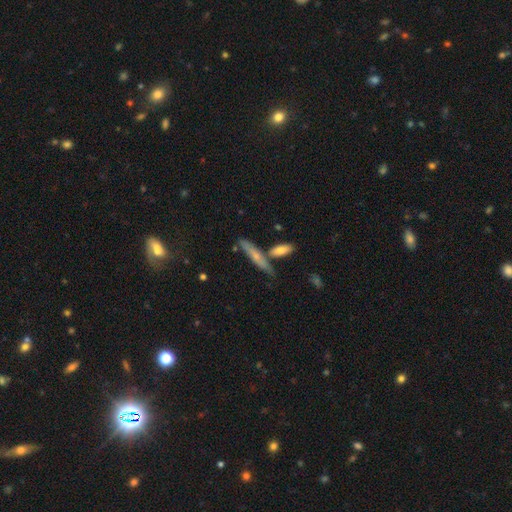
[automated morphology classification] Smooth or featured? Predicted: smooth (p=0.50). How rounded? Predicted: cigar-shaped (p=0.83). Merging? Predicted: none (p=0.63).